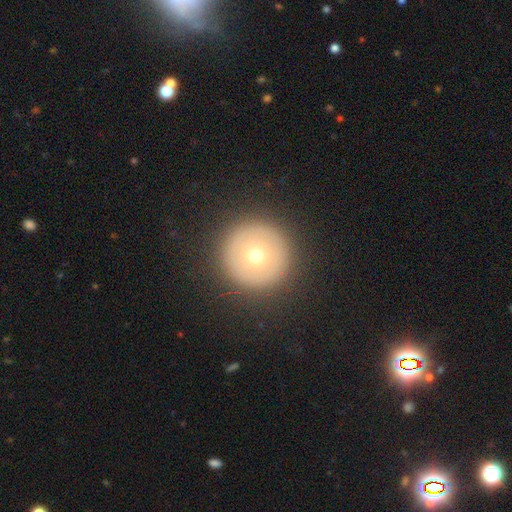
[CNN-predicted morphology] type=smooth (59%); roundness=round (97%); merging=none (90%).